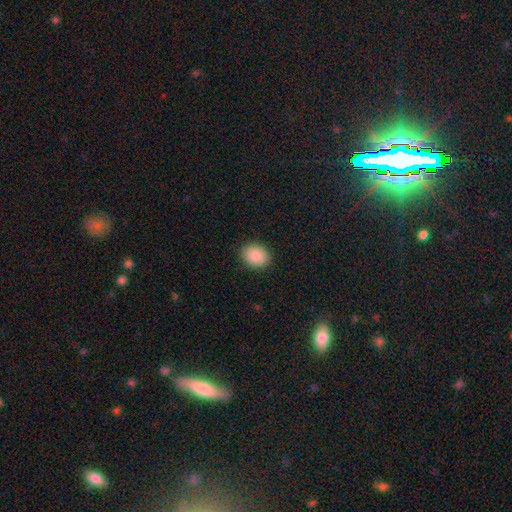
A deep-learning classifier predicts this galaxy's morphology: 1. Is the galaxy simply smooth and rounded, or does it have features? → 89% smooth, 8% star or artifact, 3% featured or disk.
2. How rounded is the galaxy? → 54% round, 45% in between, 1% cigar-shaped.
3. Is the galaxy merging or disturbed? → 89% none, 8% minor disturbance, 2% major disturbance, 1% merger.